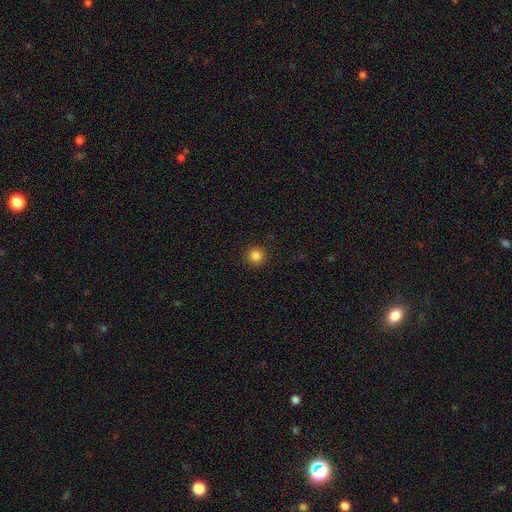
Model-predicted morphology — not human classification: A smooth galaxy with no disk features (85%) that is round (95%).

Vote fractions:
- Smooth or featured? smooth: 85% / star or artifact: 12% / featured or disk: 4%
- How rounded? round: 95% / in between: 4% / cigar-shaped: 1%
- Merging? none: 92% / minor disturbance: 5% / major disturbance: 2% / merger: 1%